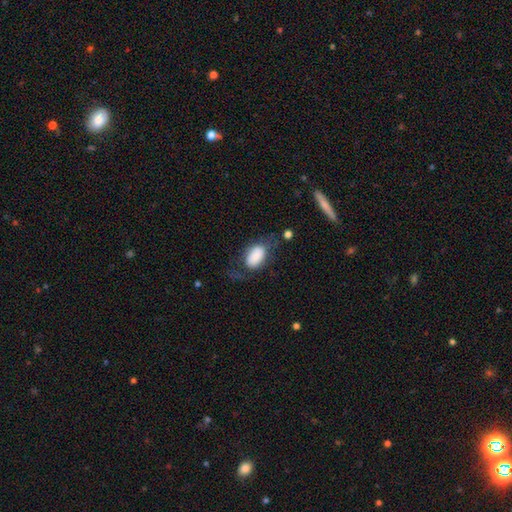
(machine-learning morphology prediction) smooth 81%, featured or disk 12%, star or artifact 7%. Down the decision tree: how rounded — in between (91%); merging — none (48%).